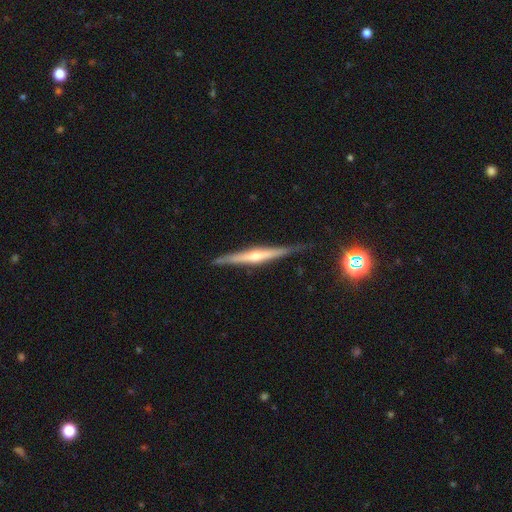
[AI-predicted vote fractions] Smooth or featured?
  - featured or disk: 77% *
  - smooth: 16%
  - star or artifact: 6%
Edge-on disk?
  - yes: 97% *
  - no: 3%
Edge-on bulge?
  - rounded: 80% *
  - none: 13%
  - boxy: 7%
Merging?
  - none: 85% *
  - minor disturbance: 11%
  - major disturbance: 2%
  - merger: 2%